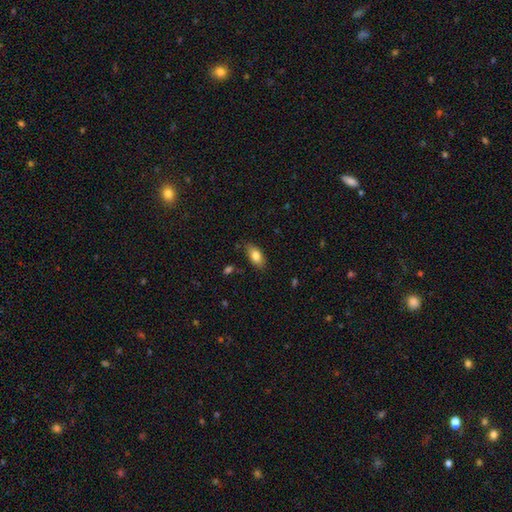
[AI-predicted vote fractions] Q: Smooth or featured?
A: smooth (82%); runner-up: featured or disk (11%)
Q: How rounded?
A: in between (89%); runner-up: cigar-shaped (7%)
Q: Merging?
A: none (82%); runner-up: minor disturbance (14%)